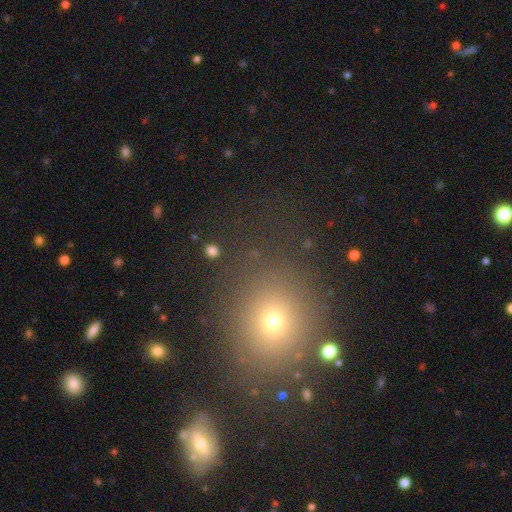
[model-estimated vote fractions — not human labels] A smooth galaxy with no disk features (59%) that is round (72%). Merging: none (81%).